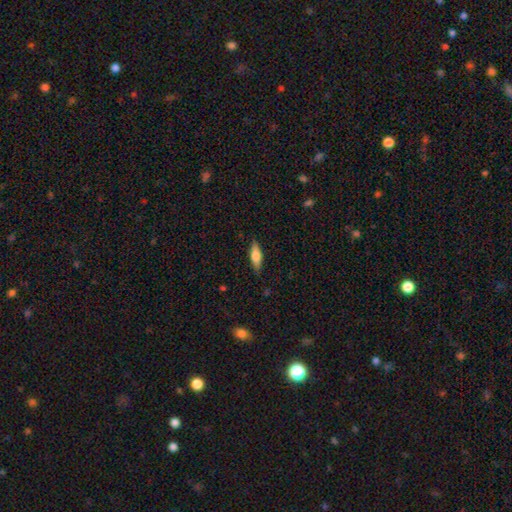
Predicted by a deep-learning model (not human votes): Overall: smooth (67%; featured or disk 27%). How rounded: in between (51%; cigar-shaped 47%). Merging: none (86%).